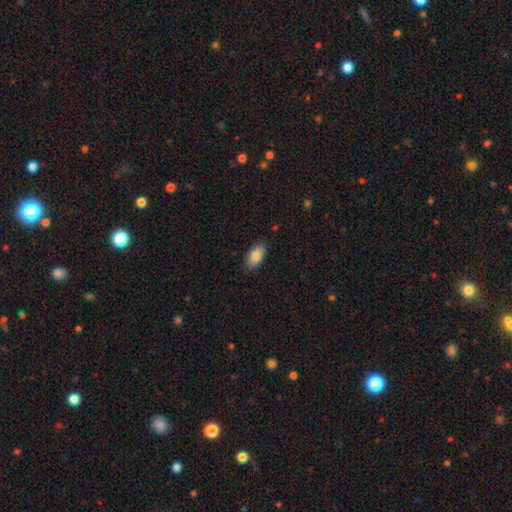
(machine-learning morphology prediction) This appears to be a smooth galaxy with no disk features (84%) that is in between round and cigar-shaped (92%). Merging: none (86%).